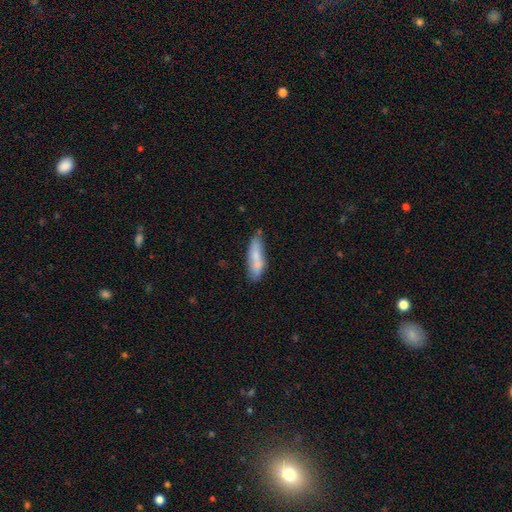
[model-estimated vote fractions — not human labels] This appears to be a smooth galaxy with no disk features (69%) that is cigar-shaped (68%). Merging: none (69%).